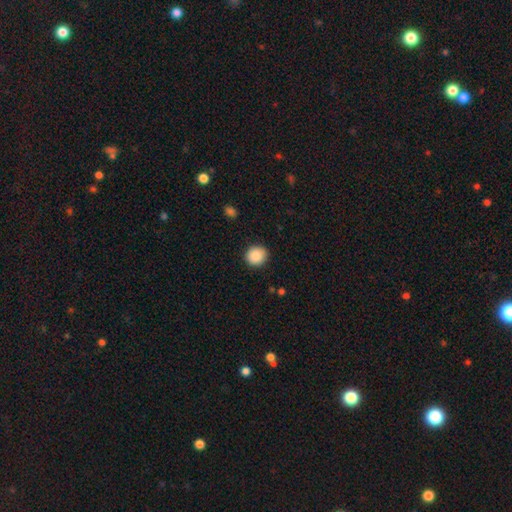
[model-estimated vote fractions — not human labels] Morphology: type=smooth (89%); roundness=round (79%); merging=none (90%).